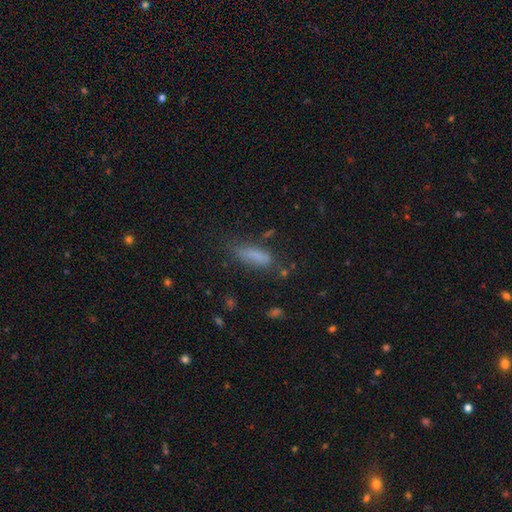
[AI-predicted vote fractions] A smooth galaxy with no disk features (77%) that is in between round and cigar-shaped (53%). Merging: none (62%).